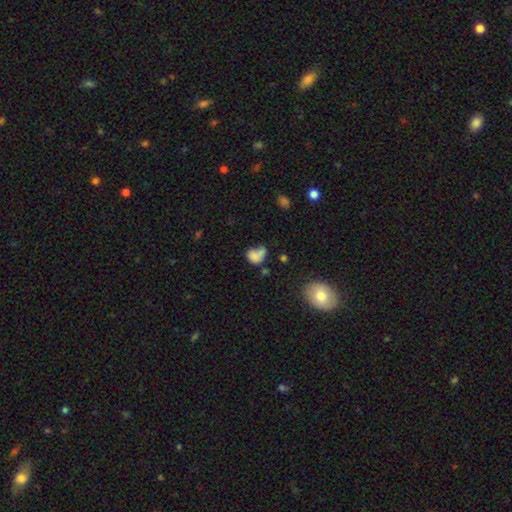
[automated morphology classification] Smooth or featured? Predicted: smooth (p=0.72). How rounded? Predicted: in between (p=0.57). Merging? Predicted: none (p=0.31).